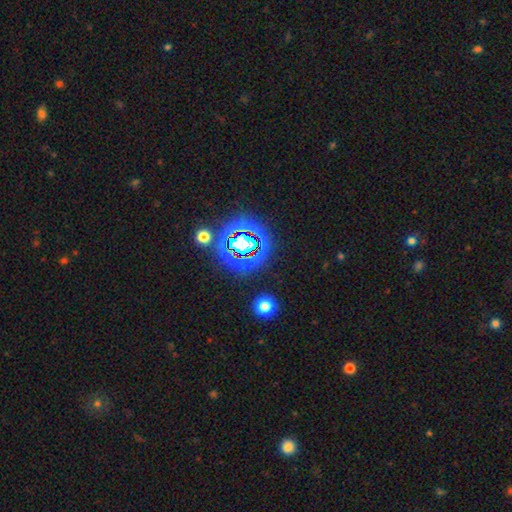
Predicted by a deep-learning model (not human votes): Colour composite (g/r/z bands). It shows a star or artifact, not a galaxy (79%).